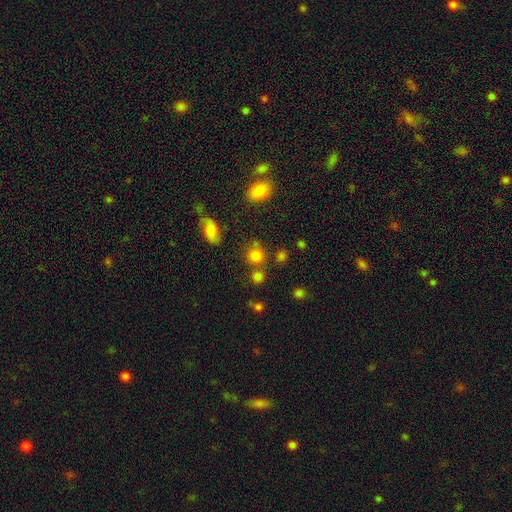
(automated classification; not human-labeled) The model was most divided on "merging": none: 68%, merger: 15%, minor disturbance: 12%, major disturbance: 5%. More confident: how rounded — round (85%); smooth or featured — smooth (79%).